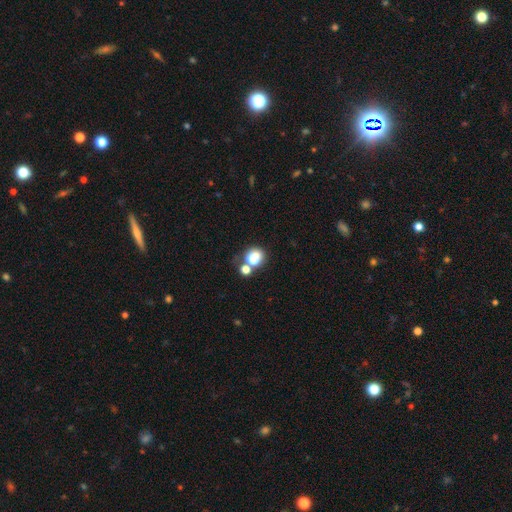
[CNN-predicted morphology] This is likely a smooth galaxy (71%). How rounded: possibly round (58%). Merging: marginally none (41%).